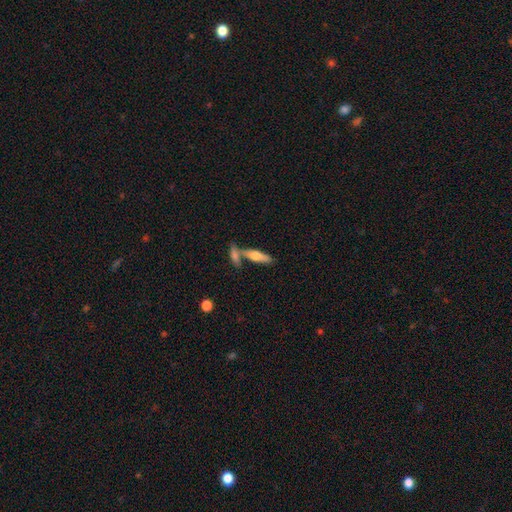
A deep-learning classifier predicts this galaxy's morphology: smooth 62%, featured or disk 32%, star or artifact 6%. Down the decision tree: how rounded — cigar-shaped (60%); merging — none (49%).